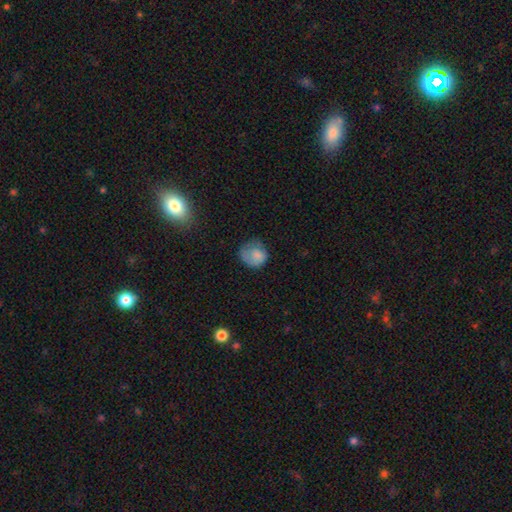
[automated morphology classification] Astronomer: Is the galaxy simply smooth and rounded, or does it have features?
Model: smooth — 78%.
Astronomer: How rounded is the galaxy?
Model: round — 77%.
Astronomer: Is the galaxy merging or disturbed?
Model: none — 49% (runner-up: minor disturbance, 31%).